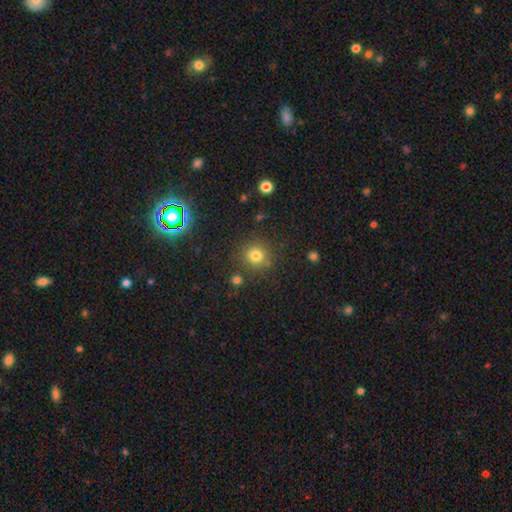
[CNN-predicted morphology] smooth_or_featured: smooth (p=0.78) [alt: star or artifact p=0.16]
how_rounded: round (p=0.91) [alt: in between p=0.08]
merging: none (p=0.83) [alt: minor disturbance p=0.09]